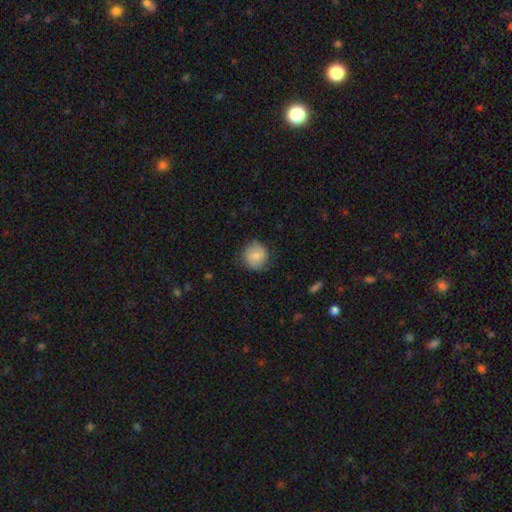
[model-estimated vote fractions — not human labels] Smooth or featured: smooth — 77% (featured or disk — 16%)
How rounded: round — 88% (in between — 11%)
Merging: none — 79% (minor disturbance — 16%)